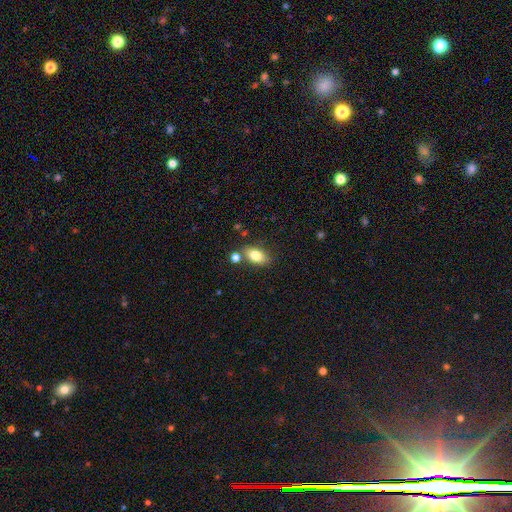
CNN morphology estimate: Smooth or featured: smooth — 80% (featured or disk — 12%)
How rounded: in between — 87% (round — 9%)
Merging: none — 72% (merger — 13%)